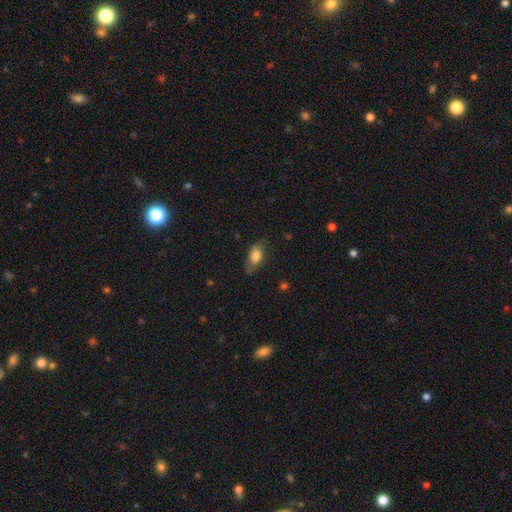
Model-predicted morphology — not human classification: smooth-or-featured: smooth: 78% | featured or disk: 15% | star or artifact: 7%
  how-rounded: in between: 86% | cigar-shaped: 8% | round: 6%
  merging: none: 68% | minor disturbance: 23% | major disturbance: 7% | merger: 1%